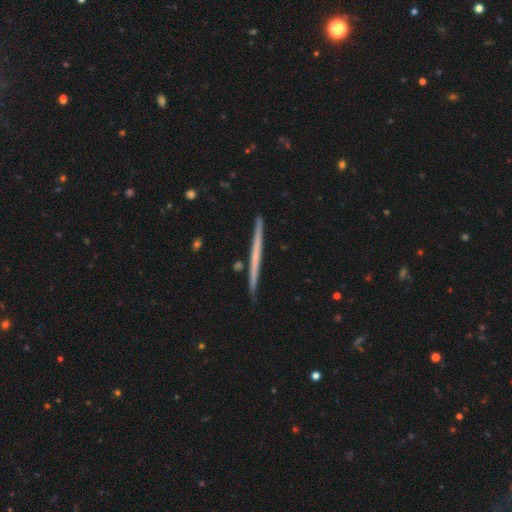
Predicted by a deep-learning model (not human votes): smooth_or_featured: featured or disk (p=0.57) [alt: smooth p=0.37]
disk_edge_on: yes (p=0.98) [alt: no p=0.02]
edge_on_bulge: none (p=0.88) [alt: rounded p=0.09]
merging: none (p=0.91) [alt: minor disturbance p=0.06]